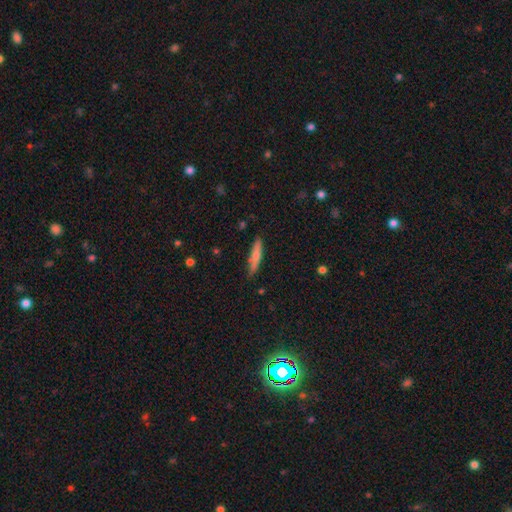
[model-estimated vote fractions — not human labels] Smooth or featured? Predicted: smooth (p=0.69). How rounded? Predicted: cigar-shaped (p=0.86). Merging? Predicted: none (p=0.82).